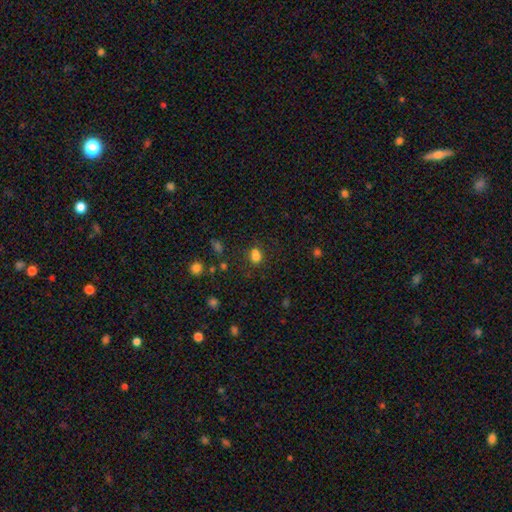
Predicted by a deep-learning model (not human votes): Smooth or featured? smooth (73%)
How rounded? round (52%)
Merging? none (54%)